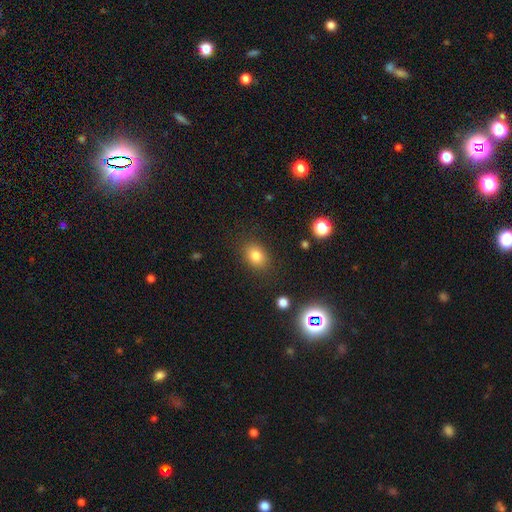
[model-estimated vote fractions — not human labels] Smooth or featured: smooth — 81% (star or artifact — 12%)
How rounded: in between — 65% (round — 33%)
Merging: none — 84% (minor disturbance — 11%)